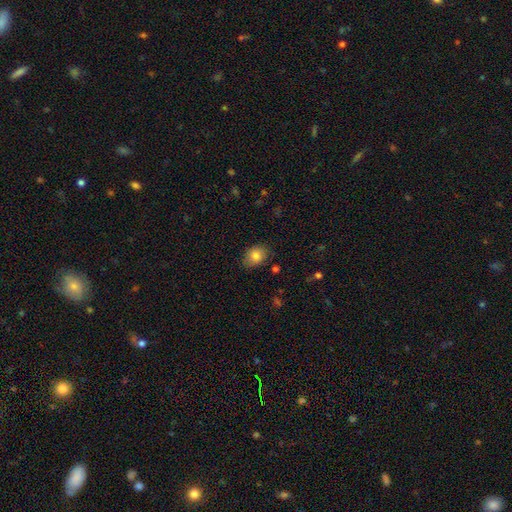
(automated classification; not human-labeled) smooth_or_featured: smooth (p=0.83) [alt: star or artifact p=0.09]
how_rounded: in between (p=0.64) [alt: round p=0.35]
merging: none (p=0.78) [alt: minor disturbance p=0.17]